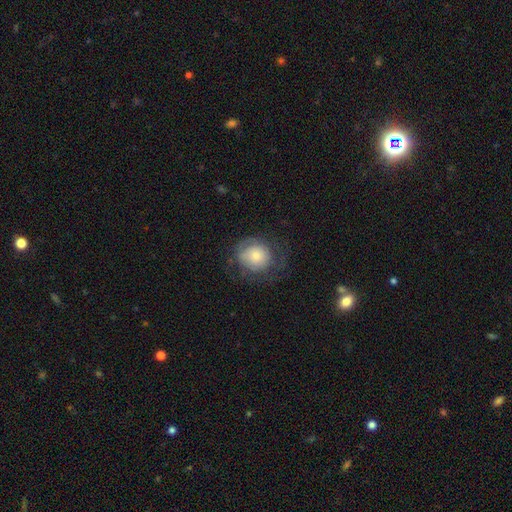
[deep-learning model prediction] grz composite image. It shows a smooth galaxy with no disk features (59%) that is round (81%). Merging: none (59%).